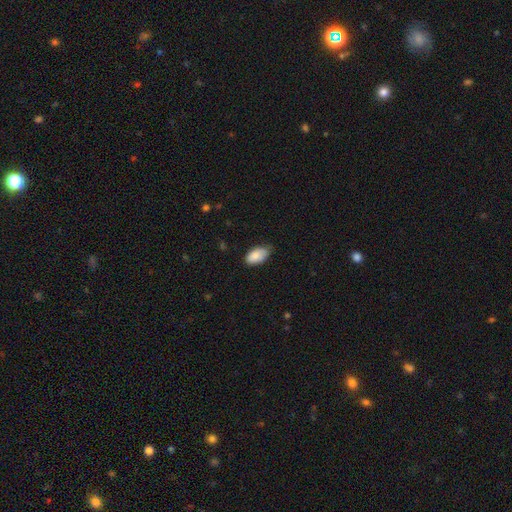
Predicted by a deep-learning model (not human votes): smooth 85%, featured or disk 9%, star or artifact 6%. Down the decision tree: how rounded — in between (95%); merging — none (62%).